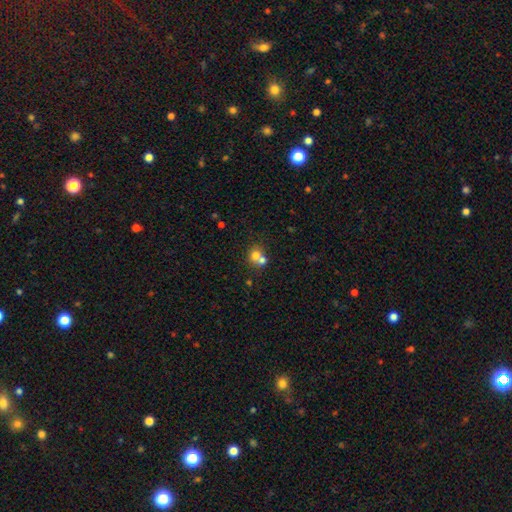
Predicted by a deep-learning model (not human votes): smooth_or_featured: smooth (p=0.70) [alt: featured or disk p=0.17]
how_rounded: round (p=0.79) [alt: in between p=0.20]
merging: merger (p=0.57) [alt: none p=0.35]